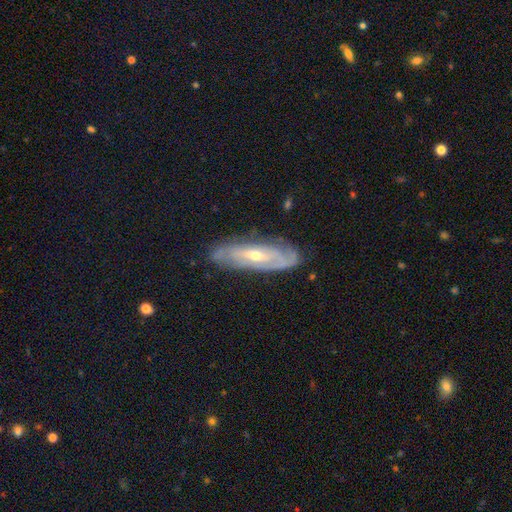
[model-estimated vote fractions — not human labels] Morphology: type=featured or disk (79%); edge-on=no (76%); bar=no (51%); spiral arms=yes (83%); bulge=small (54%); merging=none (80%).